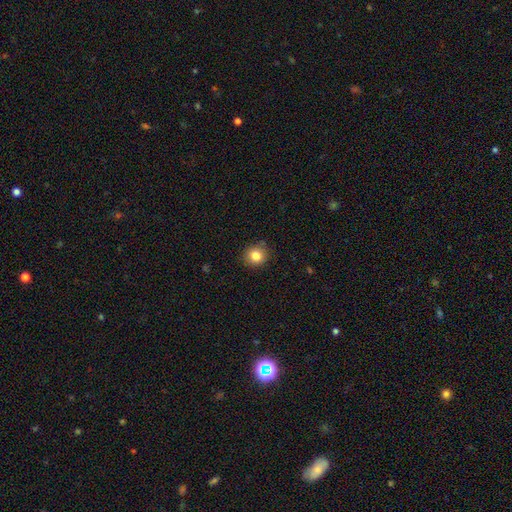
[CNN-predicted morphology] Smooth or featured: smooth — 83% (star or artifact — 11%)
How rounded: round — 84% (in between — 15%)
Merging: none — 88% (minor disturbance — 9%)